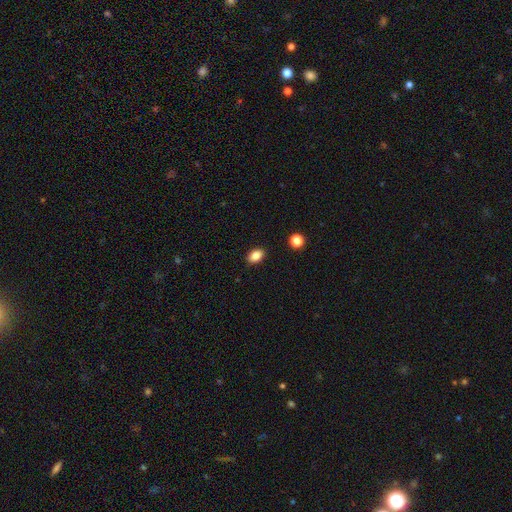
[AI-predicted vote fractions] Smooth or featured?
  - smooth: 85% *
  - star or artifact: 9%
  - featured or disk: 5%
How rounded?
  - in between: 84% *
  - round: 15%
  - cigar-shaped: 1%
Merging?
  - none: 89% *
  - minor disturbance: 8%
  - major disturbance: 2%
  - merger: 1%